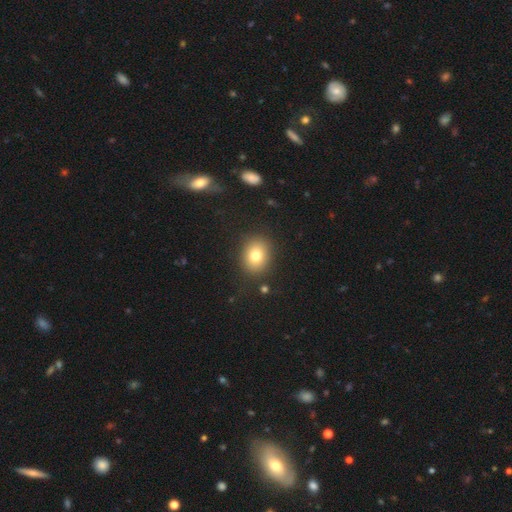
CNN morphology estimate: Smooth or featured?
  - smooth: 78% *
  - star or artifact: 11%
  - featured or disk: 11%
How rounded?
  - round: 56% *
  - in between: 43%
  - cigar-shaped: 1%
Merging?
  - none: 87% *
  - minor disturbance: 8%
  - major disturbance: 3%
  - merger: 2%